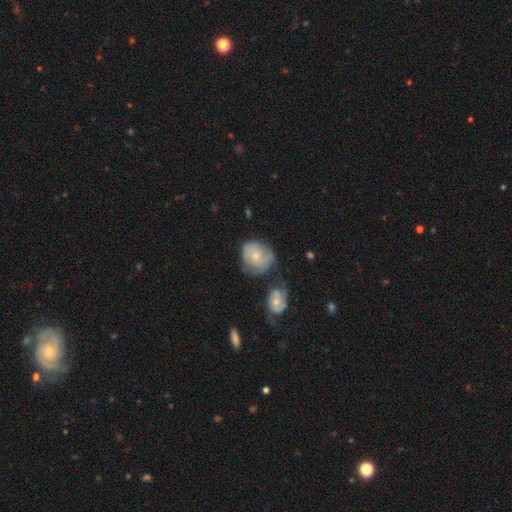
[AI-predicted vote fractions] Smooth or featured? featured or disk (47%)
Merging? none (40%)